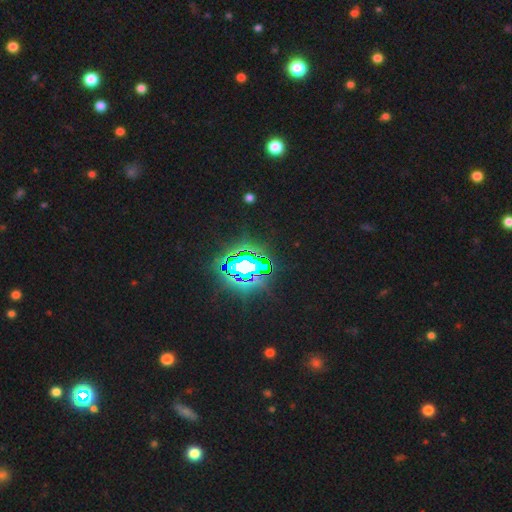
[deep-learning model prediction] Smooth or featured?
  - star or artifact: 78% *
  - featured or disk: 12%
  - smooth: 10%